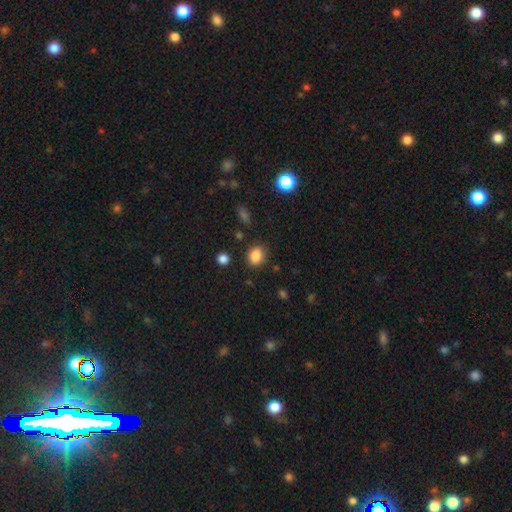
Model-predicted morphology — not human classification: A smooth galaxy with no disk features (85%) that is round (53%). Merging: none (82%).